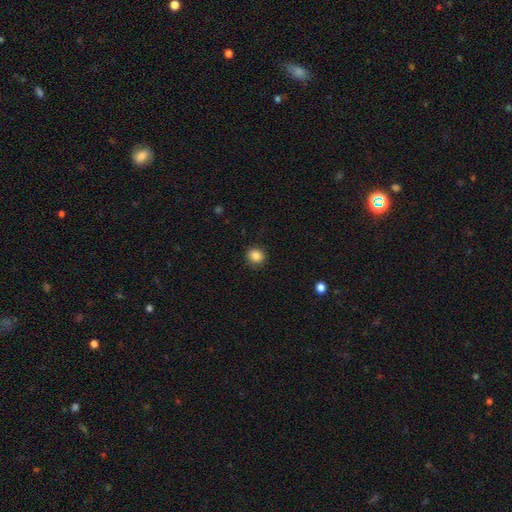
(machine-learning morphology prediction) smooth-or-featured: smooth: 87% | star or artifact: 10% | featured or disk: 3%
  how-rounded: round: 84% | in between: 15% | cigar-shaped: 1%
  merging: none: 90% | minor disturbance: 7% | major disturbance: 2% | merger: 1%